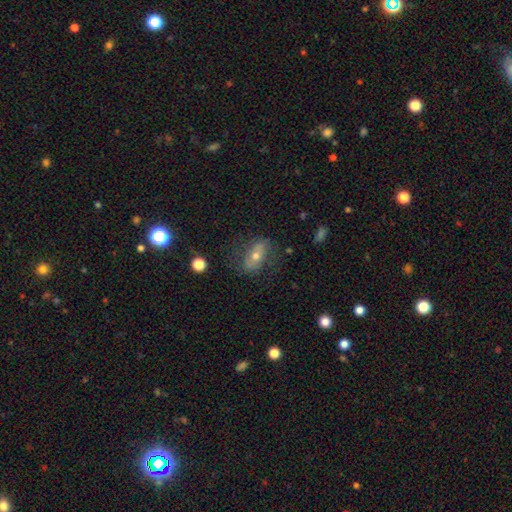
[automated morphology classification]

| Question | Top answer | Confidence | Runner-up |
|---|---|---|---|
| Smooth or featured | featured or disk | 49% | smooth (40%) |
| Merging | none | 67% | minor disturbance (19%) |